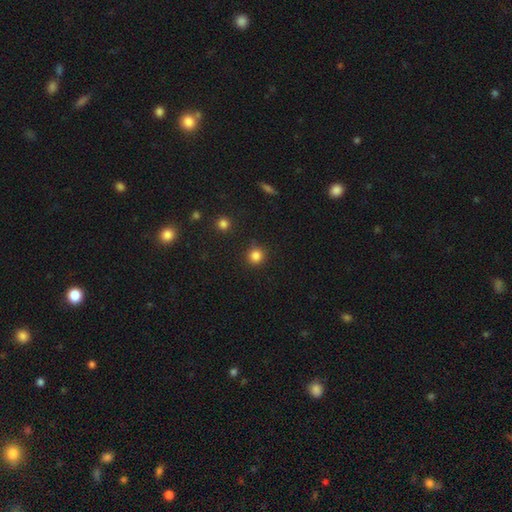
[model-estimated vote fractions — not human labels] smooth 84%, star or artifact 12%, featured or disk 4%. Down the decision tree: how rounded — round (92%); merging — none (88%).